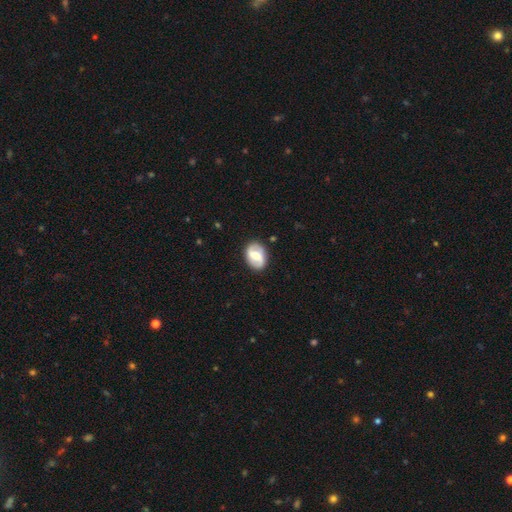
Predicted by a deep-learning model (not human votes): A featured or disk galaxy (61%) with a weak bar (42%), spiral arms (77%) and a moderate central bulge (52%).

Vote fractions:
- Smooth or featured? featured or disk: 61% / smooth: 32% / star or artifact: 6%
- Edge-on disk? no: 96% / yes: 4%
- Bar? weak: 42% / strong: 36% / no: 22%
- Spiral arms? yes: 77% / no: 23%
- Bulge size? moderate: 52% / small: 25% / large: 15% / none: 5% / dominant: 2%
- Merging? none: 83% / minor disturbance: 12% / major disturbance: 3% / merger: 1%